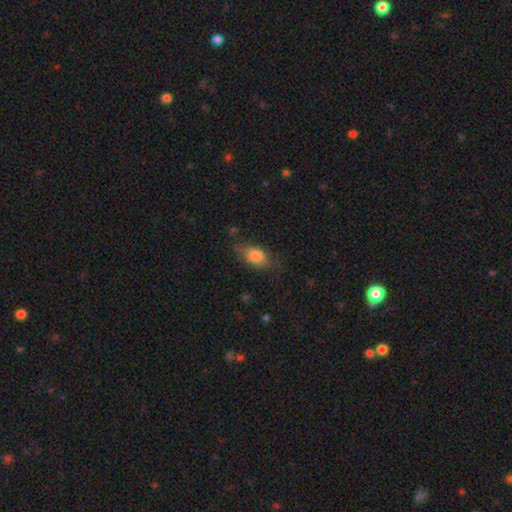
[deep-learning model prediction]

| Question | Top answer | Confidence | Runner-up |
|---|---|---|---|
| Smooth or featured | smooth | 77% | featured or disk (14%) |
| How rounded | in between | 84% | round (10%) |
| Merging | none | 57% | minor disturbance (28%) |